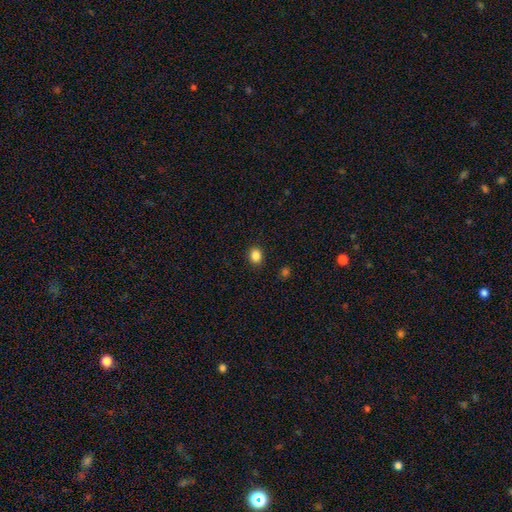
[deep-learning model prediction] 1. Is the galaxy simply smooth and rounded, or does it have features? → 85% smooth, 11% star or artifact, 4% featured or disk.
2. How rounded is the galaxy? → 58% round, 41% in between, 1% cigar-shaped.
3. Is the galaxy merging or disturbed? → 89% none, 7% minor disturbance, 2% major disturbance, 1% merger.